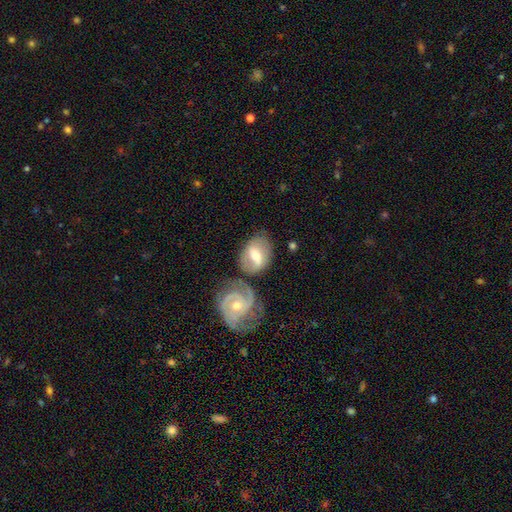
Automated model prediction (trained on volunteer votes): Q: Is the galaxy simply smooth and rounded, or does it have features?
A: featured or disk — 58%.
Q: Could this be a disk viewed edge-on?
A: no — 94%.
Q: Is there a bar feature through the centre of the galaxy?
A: weak — 47%.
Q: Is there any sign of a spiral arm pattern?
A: yes — 80%.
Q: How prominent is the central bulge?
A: moderate — 65%.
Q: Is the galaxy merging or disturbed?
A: none — 50%.